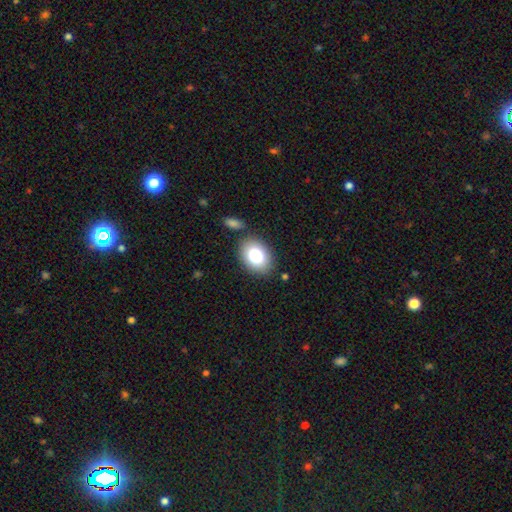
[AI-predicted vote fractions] The model was most divided on "how rounded": in between: 78%, round: 21%, cigar-shaped: 1%. More confident: smooth or featured — smooth (82%); merging — none (82%).